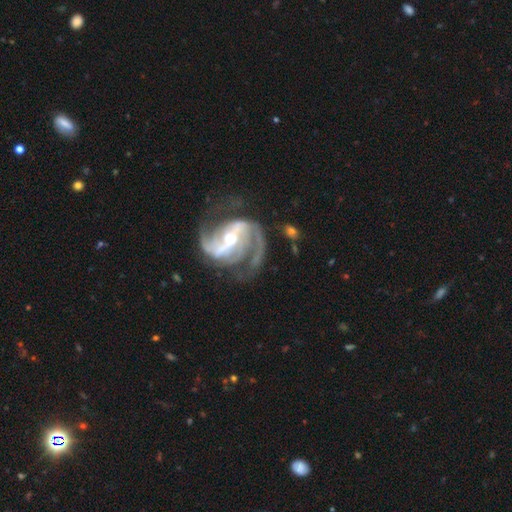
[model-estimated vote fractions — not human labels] Smooth or featured?
  - featured or disk: 92% *
  - star or artifact: 5%
  - smooth: 3%
Edge-on disk?
  - no: 97% *
  - yes: 3%
Bar?
  - strong: 58% *
  - weak: 31%
  - no: 11%
Spiral arms?
  - yes: 98% *
  - no: 2%
Spiral winding?
  - medium: 56% *
  - loose: 23%
  - tight: 20%
Spiral arm count?
  - 2: 82% *
  - 3: 8%
  - can't tell: 4%
  - 1: 2%
  - 4: 2%
  - more than 4: 2%
Bulge size?
  - moderate: 56% *
  - small: 38%
  - large: 4%
  - none: 1%
  - dominant: 1%
Merging?
  - none: 65% *
  - minor disturbance: 17%
  - major disturbance: 14%
  - merger: 3%